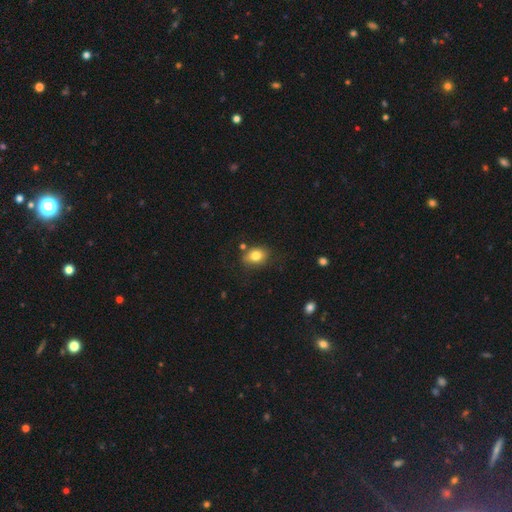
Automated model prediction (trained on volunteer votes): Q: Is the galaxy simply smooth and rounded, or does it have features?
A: smooth — 81%.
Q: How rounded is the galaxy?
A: in between — 65%.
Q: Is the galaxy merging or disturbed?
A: none — 72%.